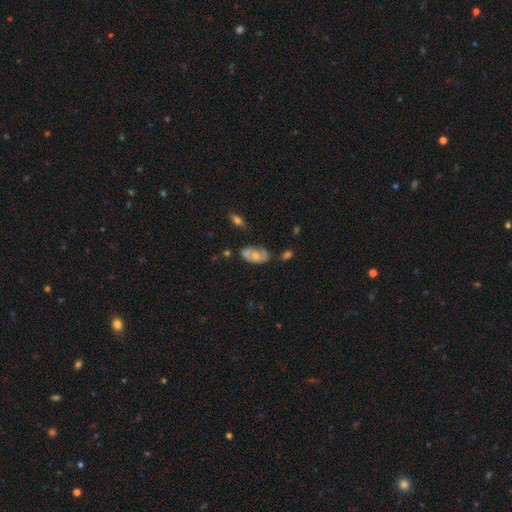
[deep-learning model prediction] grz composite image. It shows a featured or disk galaxy (55%) with no bar (80%), no spiral arms (52%) and a moderate central bulge (66%). Merging: none (54%).